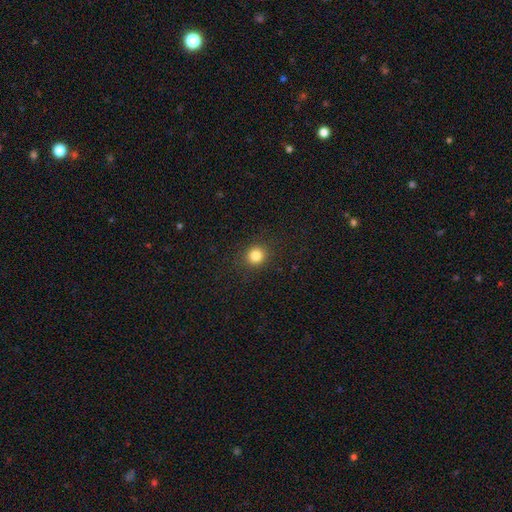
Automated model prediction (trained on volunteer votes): This appears to be a smooth galaxy with no disk features (83%) that is round (90%). Merging: none (90%).